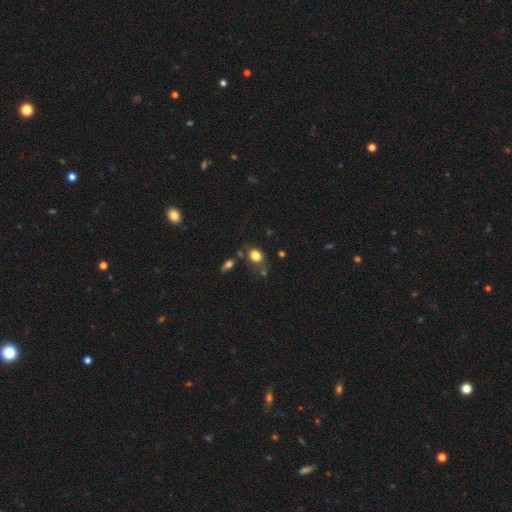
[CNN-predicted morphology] Smooth or featured?
  - smooth: 81% *
  - star or artifact: 11%
  - featured or disk: 8%
How rounded?
  - in between: 52% *
  - round: 47%
  - cigar-shaped: 1%
Merging?
  - none: 66% *
  - minor disturbance: 18%
  - merger: 10%
  - major disturbance: 6%